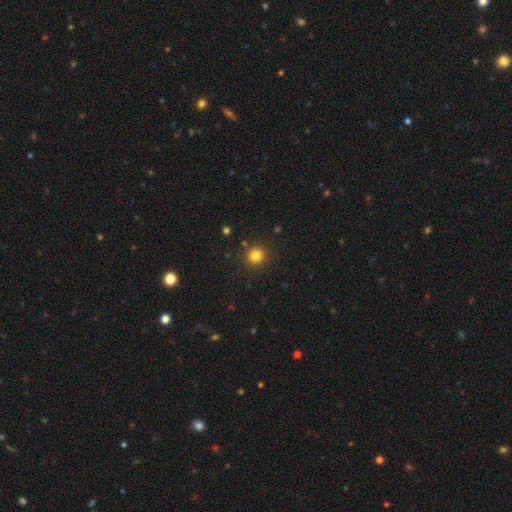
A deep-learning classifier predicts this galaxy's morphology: The model was most divided on "smooth or featured": smooth: 81%, star or artifact: 13%, featured or disk: 5%. More confident: how rounded — round (91%); merging — none (89%).